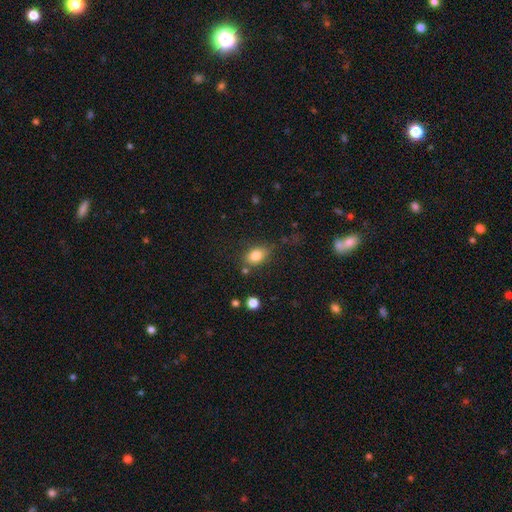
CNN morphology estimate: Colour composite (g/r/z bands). It shows a smooth galaxy with no disk features (82%) that is in between round and cigar-shaped (73%). Merging: none (71%).